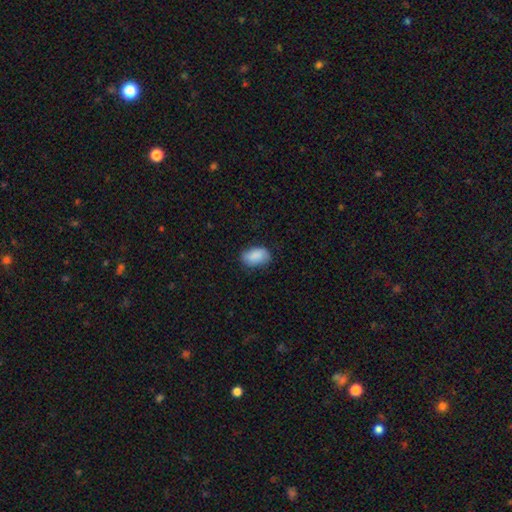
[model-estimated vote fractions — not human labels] Q: Smooth or featured?
A: smooth (85%); runner-up: featured or disk (8%)
Q: How rounded?
A: in between (91%); runner-up: round (8%)
Q: Merging?
A: none (77%); runner-up: minor disturbance (18%)